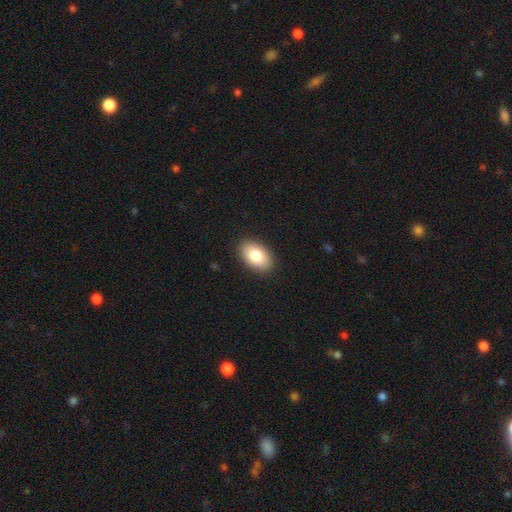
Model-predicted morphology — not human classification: Smooth or featured? smooth (82%)
How rounded? in between (92%)
Merging? none (89%)